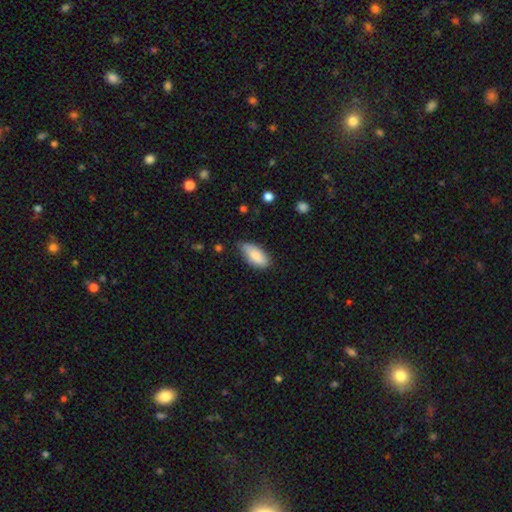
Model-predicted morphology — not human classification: Smooth or featured: smooth — 82% (featured or disk — 12%)
How rounded: in between — 87% (cigar-shaped — 11%)
Merging: none — 63% (minor disturbance — 31%)